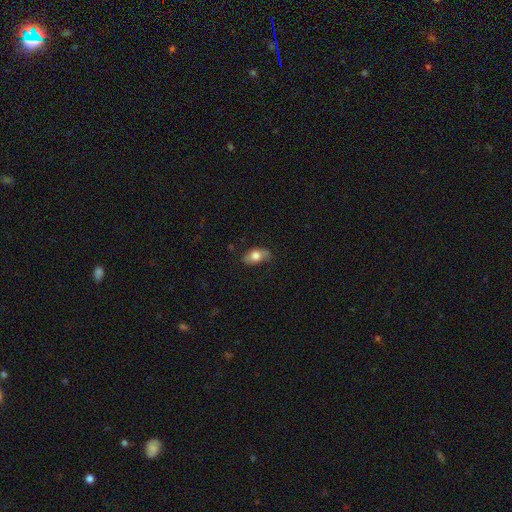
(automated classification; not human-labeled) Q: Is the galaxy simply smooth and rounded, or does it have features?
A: smooth — 73%.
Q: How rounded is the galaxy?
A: in between — 87%.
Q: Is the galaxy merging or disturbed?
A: none — 74%.